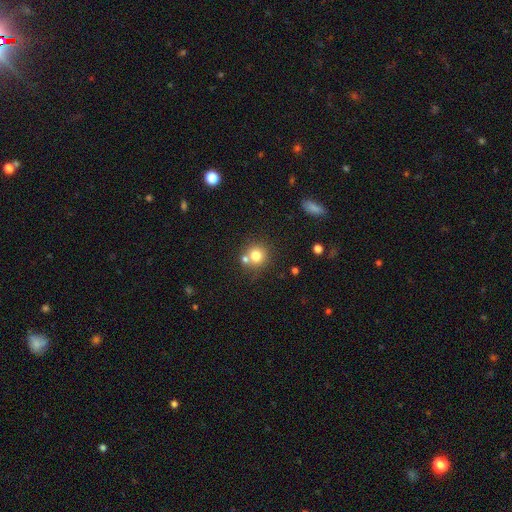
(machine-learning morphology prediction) This appears to be a smooth galaxy with no disk features (77%) that is round (90%). Merging: none (60%).